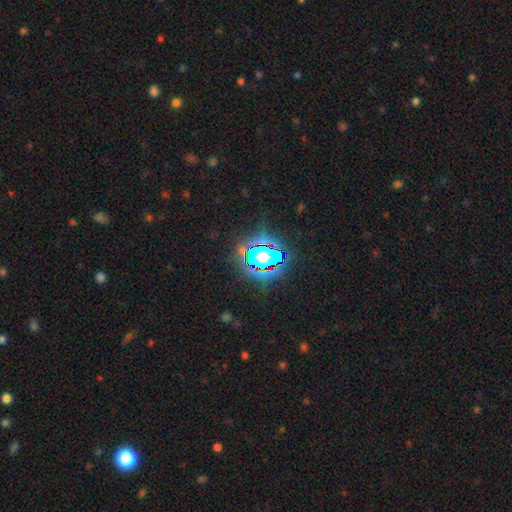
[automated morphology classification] A star or artifact, not a galaxy (77%).